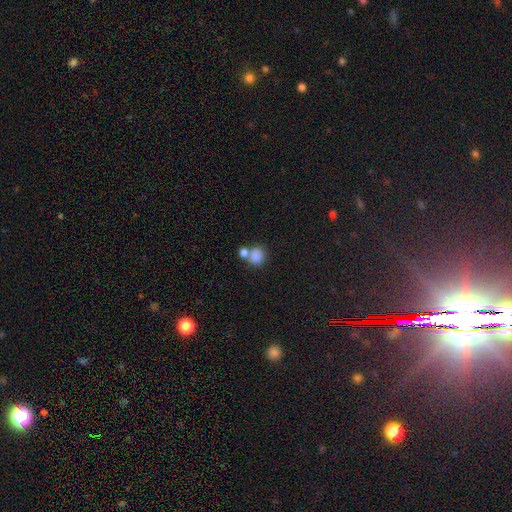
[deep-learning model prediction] The model was most divided on "merging": none: 45%, merger: 41%, minor disturbance: 10%, major disturbance: 5%. More confident: smooth or featured — smooth (83%); how rounded — round (70%).